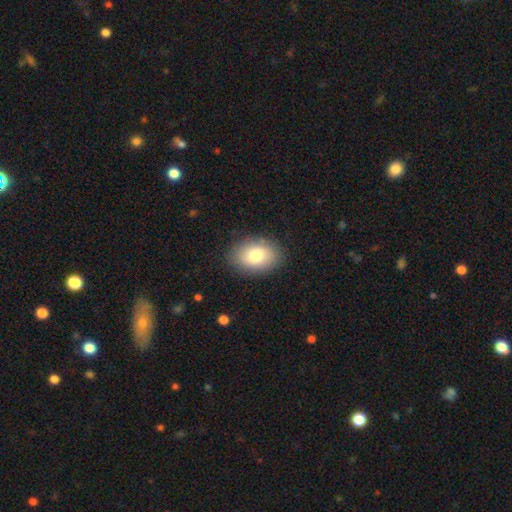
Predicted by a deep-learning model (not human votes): Smooth or featured? Predicted: smooth (p=0.76). How rounded? Predicted: in between (p=0.78). Merging? Predicted: none (p=0.86).